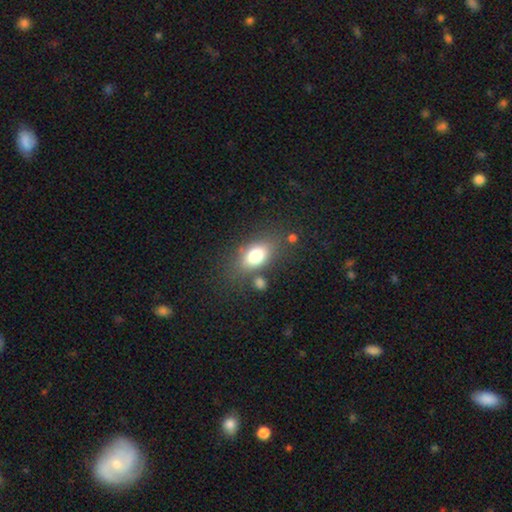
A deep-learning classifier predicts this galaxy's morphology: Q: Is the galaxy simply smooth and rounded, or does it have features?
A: smooth — 76%.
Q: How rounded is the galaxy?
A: in between — 81%.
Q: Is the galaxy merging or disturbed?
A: none — 70%.